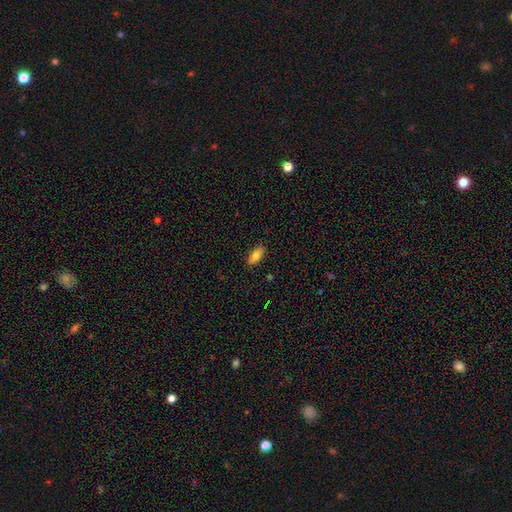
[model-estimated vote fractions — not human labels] A smooth galaxy with no disk features (75%) that is in between round and cigar-shaped (82%).

Vote fractions:
- Smooth or featured? smooth: 75% / featured or disk: 18% / star or artifact: 7%
- How rounded? in between: 82% / cigar-shaped: 15% / round: 3%
- Merging? none: 87% / minor disturbance: 10% / major disturbance: 2% / merger: 1%